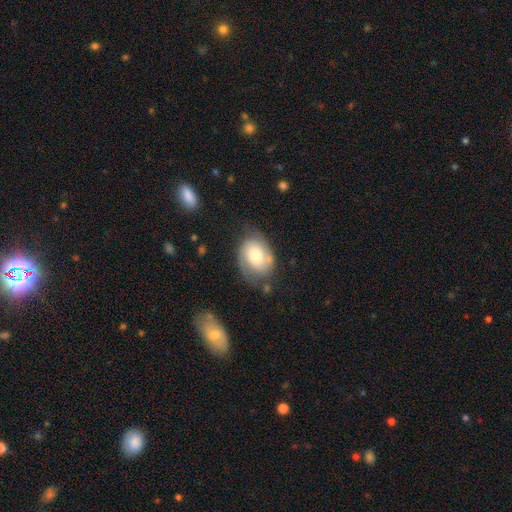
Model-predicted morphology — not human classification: Q: Smooth or featured?
A: smooth (49%); runner-up: featured or disk (43%)
Q: Merging?
A: none (56%); runner-up: minor disturbance (28%)